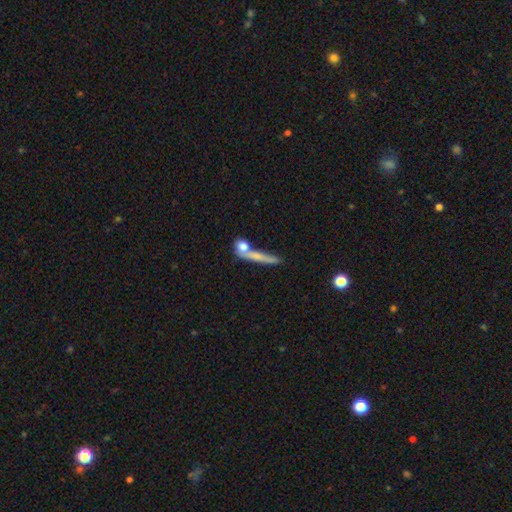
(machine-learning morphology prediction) A smooth galaxy with no disk features (57%) that is cigar-shaped (74%).

Vote fractions:
- Smooth or featured? smooth: 57% / featured or disk: 33% / star or artifact: 10%
- How rounded? cigar-shaped: 74% / round: 13% / in between: 12%
- Merging? none: 53% / merger: 25% / minor disturbance: 13% / major disturbance: 9%